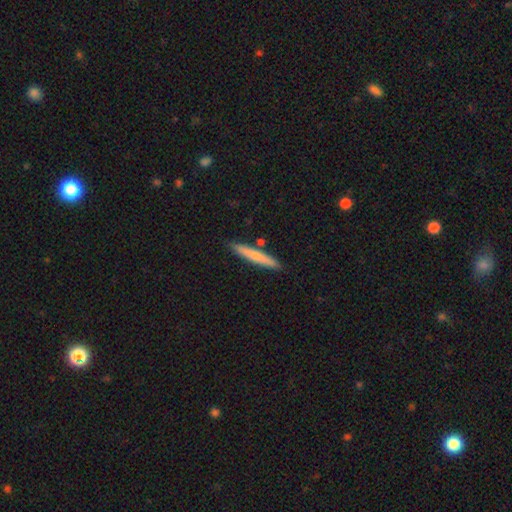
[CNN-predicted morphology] type=smooth (67%); roundness=cigar-shaped (94%); merging=none (85%).